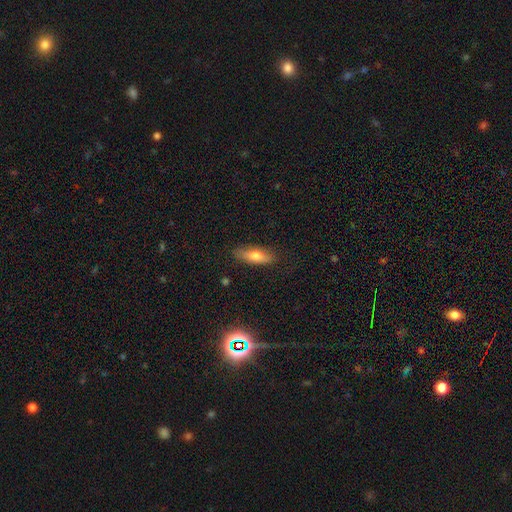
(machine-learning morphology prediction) This is likely a smooth galaxy (68%). How rounded: possibly in between (54%). Merging: clearly none (84%).